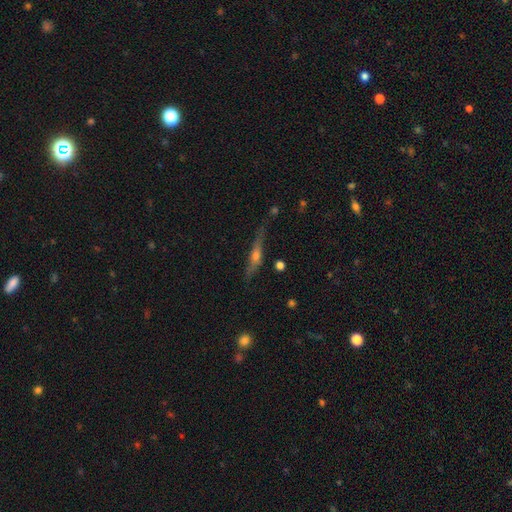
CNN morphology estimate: Smooth or featured: featured or disk — 63% (smooth — 28%)
Edge-on disk: yes — 93% (no — 7%)
Edge-on bulge: rounded — 85% (none — 9%)
Merging: none — 72% (minor disturbance — 20%)